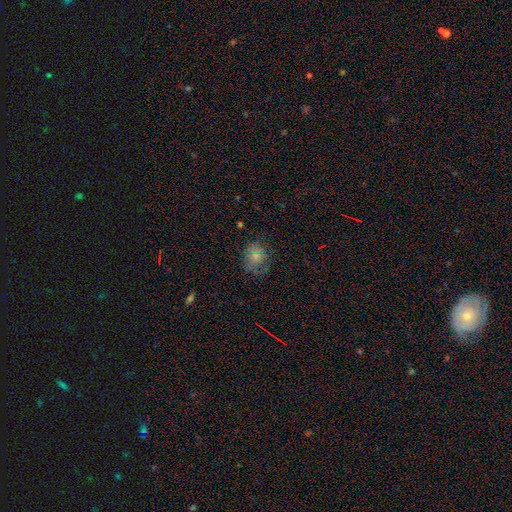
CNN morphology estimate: Smooth or featured: smooth — 70% (featured or disk — 16%)
How rounded: round — 70% (in between — 29%)
Merging: none — 60% (minor disturbance — 23%)